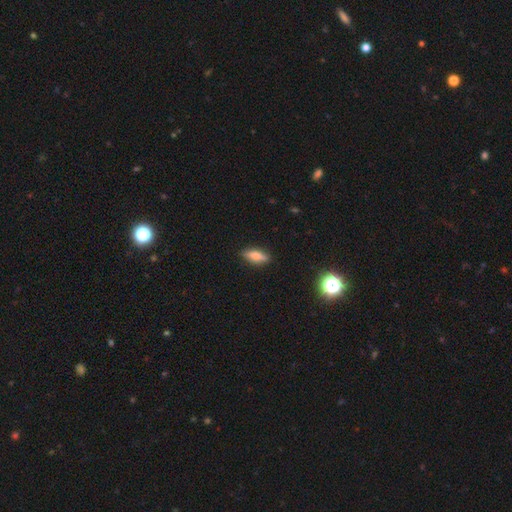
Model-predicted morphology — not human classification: The model was most divided on "how rounded": in between: 55%, cigar-shaped: 42%, round: 3%. More confident: merging — none (86%); smooth or featured — smooth (60%).